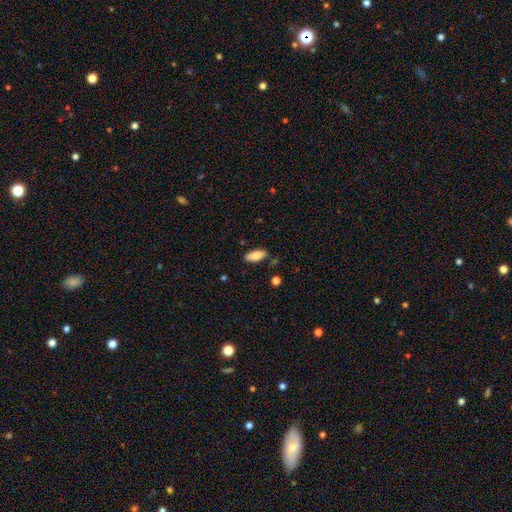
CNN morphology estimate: Smooth or featured? smooth (80%)
How rounded? in between (84%)
Merging? none (84%)